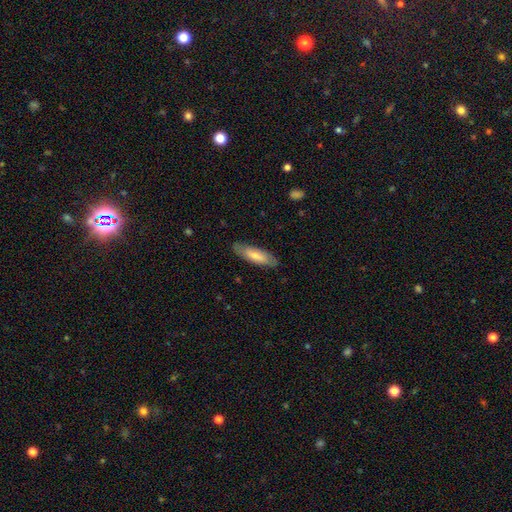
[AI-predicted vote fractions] smooth 66%, featured or disk 29%, star or artifact 5%. Down the decision tree: how rounded — in between (52%); merging — none (84%).